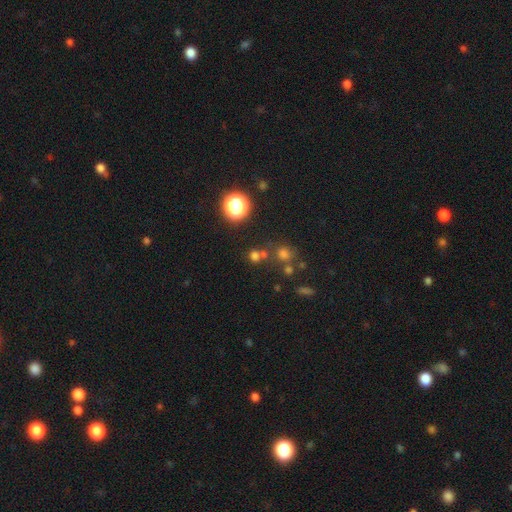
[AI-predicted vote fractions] Smooth or featured?
  - smooth: 63% *
  - star or artifact: 29%
  - featured or disk: 8%
How rounded?
  - round: 84% *
  - in between: 14%
  - cigar-shaped: 1%
Merging?
  - none: 61% *
  - merger: 25%
  - minor disturbance: 9%
  - major disturbance: 4%